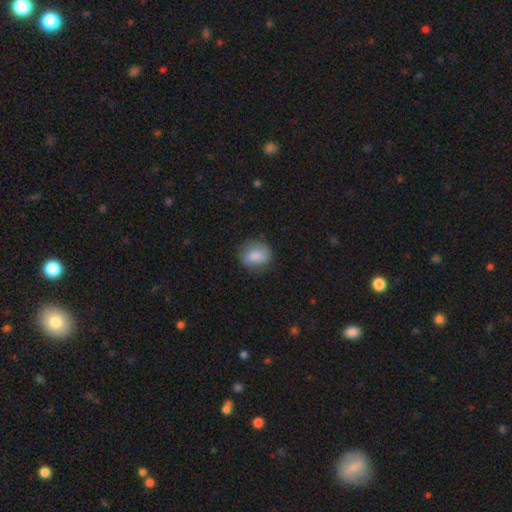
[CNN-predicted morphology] type=smooth (80%); roundness=round (60%); merging=none (76%).